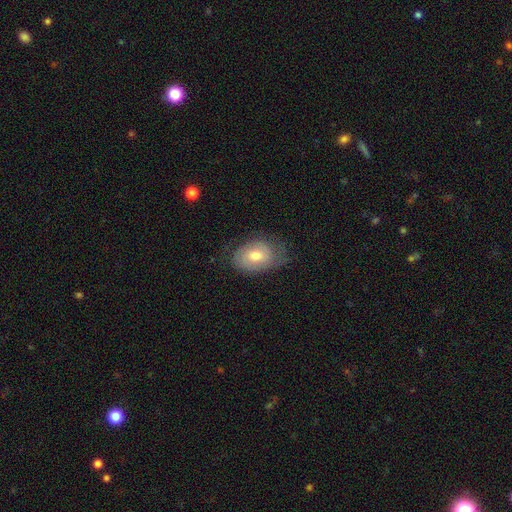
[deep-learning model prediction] This is possibly a smooth galaxy (48%). Merging: likely none (60%).